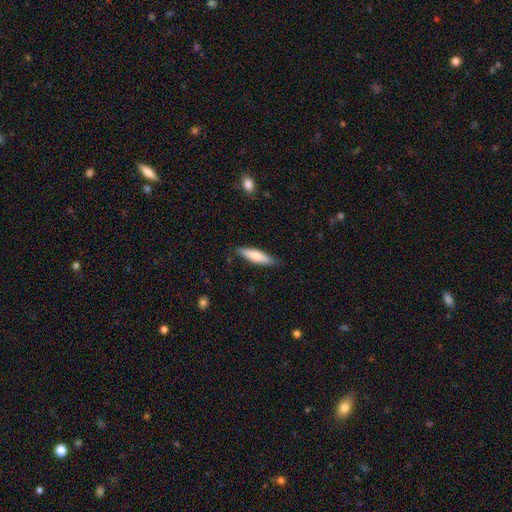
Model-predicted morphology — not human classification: Smooth or featured? Predicted: smooth (p=0.72). How rounded? Predicted: cigar-shaped (p=0.71). Merging? Predicted: none (p=0.85).